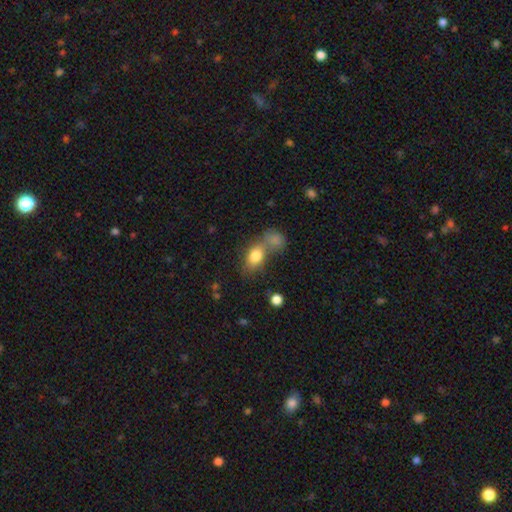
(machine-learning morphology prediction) smooth_or_featured: smooth (p=0.80) [alt: featured or disk p=0.11]
how_rounded: in between (p=0.82) [alt: round p=0.15]
merging: merger (p=0.40) [tied with: none p=0.40]